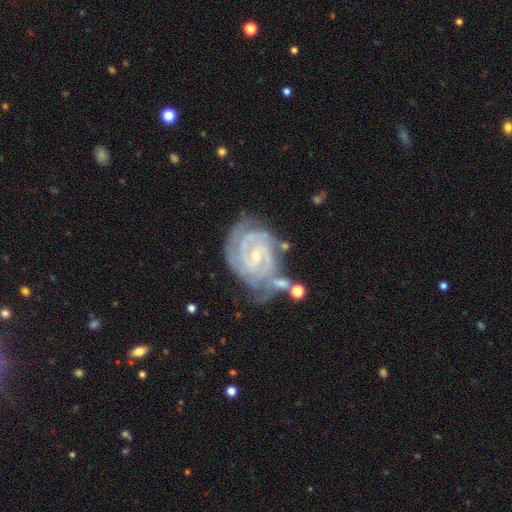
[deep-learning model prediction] A featured or disk galaxy (92%) with no bar (43%, tied with weak), 3 (29%, tied with 2) tight (75%) spiral arms (98%) and a small central bulge (74%). Merging: none (55%).